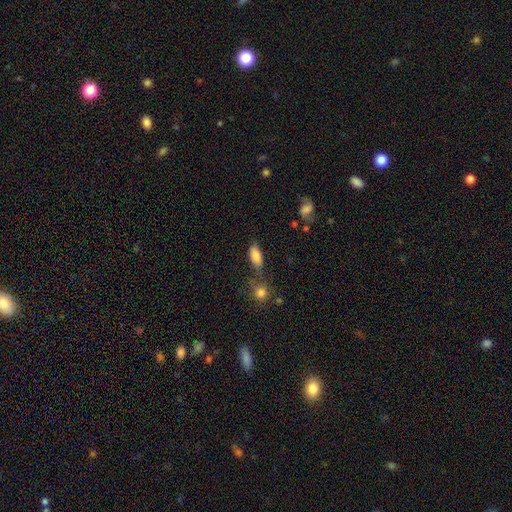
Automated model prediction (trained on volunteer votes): smooth-or-featured: smooth: 83% | featured or disk: 10% | star or artifact: 8%
  how-rounded: in between: 84% | cigar-shaped: 13% | round: 3%
  merging: none: 63% | minor disturbance: 20% | merger: 10% | major disturbance: 7%